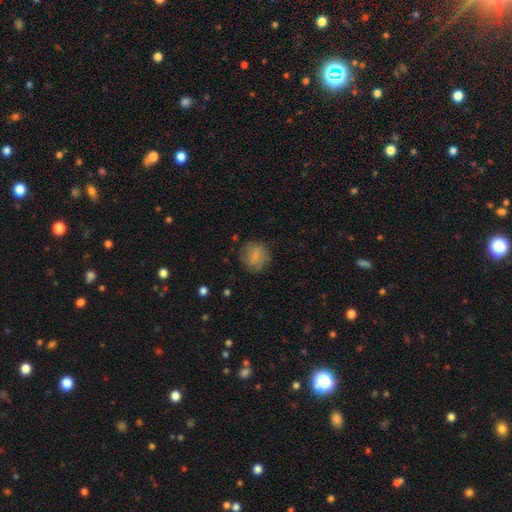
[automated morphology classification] The model was most divided on "smooth or featured": smooth: 68%, featured or disk: 23%, star or artifact: 9%. More confident: how rounded — round (79%); merging — none (71%).